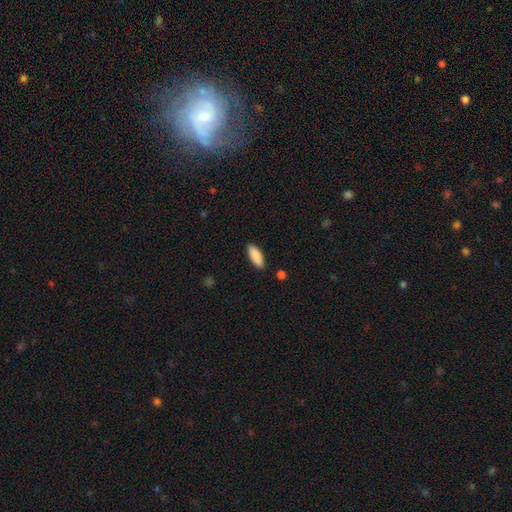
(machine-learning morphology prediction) Overall: smooth (89%). How rounded: in between (69%; cigar-shaped 29%). Merging: none (88%).